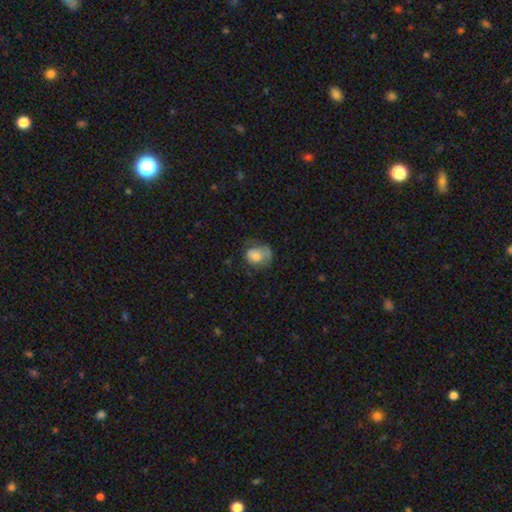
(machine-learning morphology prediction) Smooth or featured? smooth (64%)
How rounded? in between (52%)
Merging? none (41%)